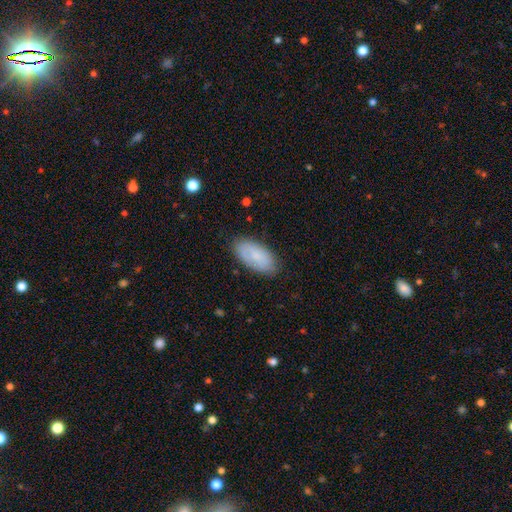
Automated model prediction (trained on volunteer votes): Overall: smooth (77%). How rounded: in between (94%). Merging: none (82%).